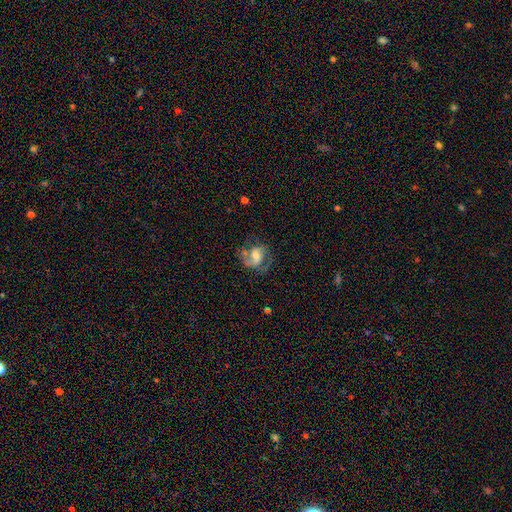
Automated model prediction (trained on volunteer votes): This appears to be a featured or disk galaxy (75%) with a weak bar (45%), 2 (74%) medium (52%) spiral arms (91%) and a moderate central bulge (41%). Merging: none (55%).